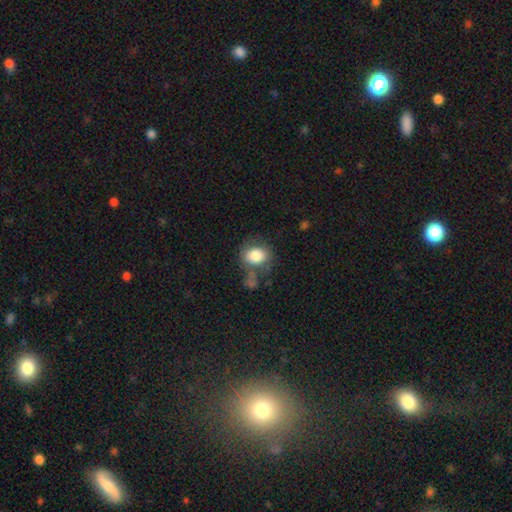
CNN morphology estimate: type=smooth (81%); roundness=round (55%); merging=none (54%).